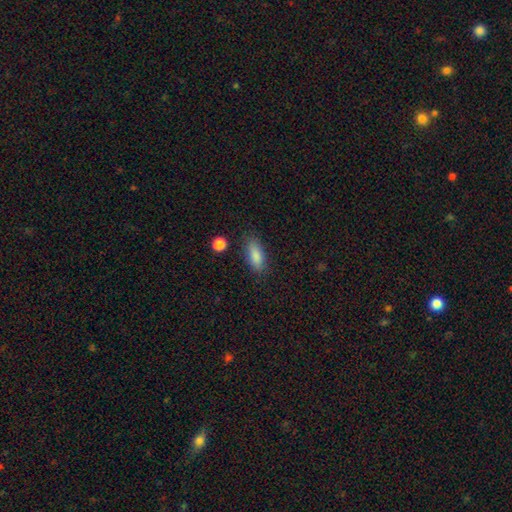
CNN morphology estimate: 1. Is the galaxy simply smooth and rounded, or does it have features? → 86% smooth, 7% star or artifact, 7% featured or disk.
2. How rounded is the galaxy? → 79% in between, 18% cigar-shaped, 3% round.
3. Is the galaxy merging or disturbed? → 80% none, 14% minor disturbance, 4% major disturbance, 2% merger.